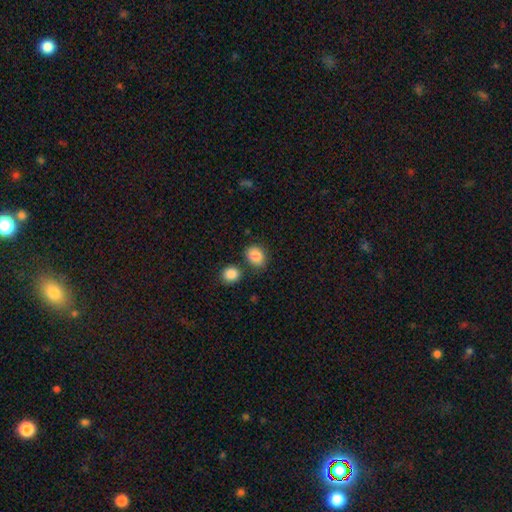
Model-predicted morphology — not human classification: Smooth or featured? smooth (88%)
How rounded? in between (60%)
Merging? none (72%)